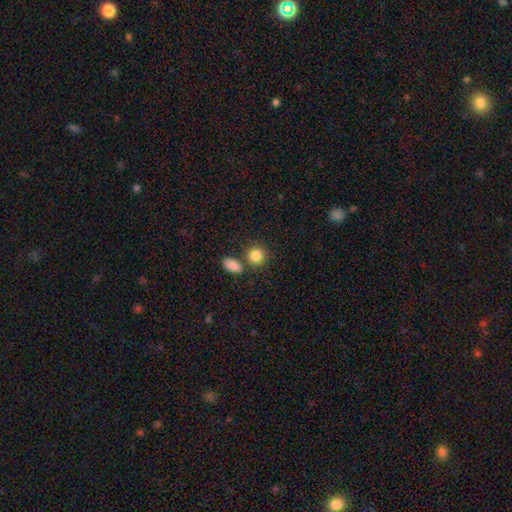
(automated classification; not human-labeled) smooth-or-featured: smooth: 86% | star or artifact: 9% | featured or disk: 6%
  how-rounded: round: 77% | in between: 22% | cigar-shaped: 1%
  merging: none: 68% | merger: 18% | minor disturbance: 10% | major disturbance: 4%